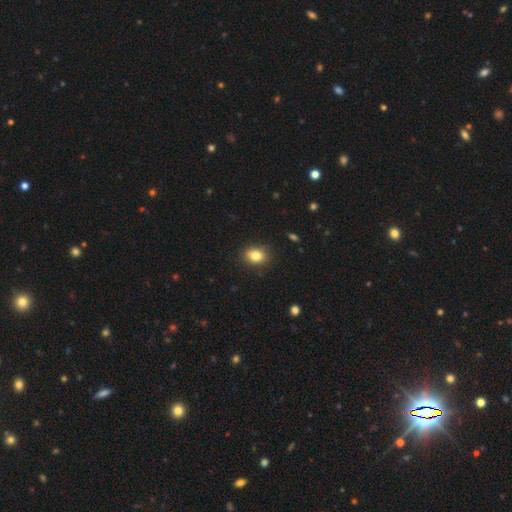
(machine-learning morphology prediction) This is clearly a smooth galaxy (82%). How rounded: possibly in between (57%). Merging: clearly none (81%).